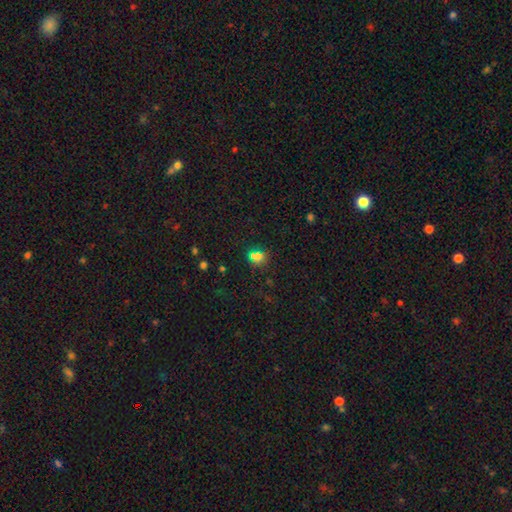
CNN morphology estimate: The model was most divided on "smooth or featured": smooth: 59%, star or artifact: 33%, featured or disk: 8%. More confident: how rounded — round (83%); merging — none (77%).